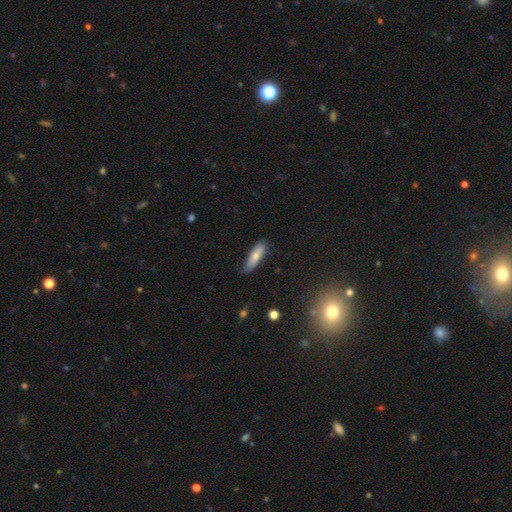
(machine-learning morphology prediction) This appears to be a smooth galaxy with no disk features (73%) that is cigar-shaped (62%). Merging: none (71%).